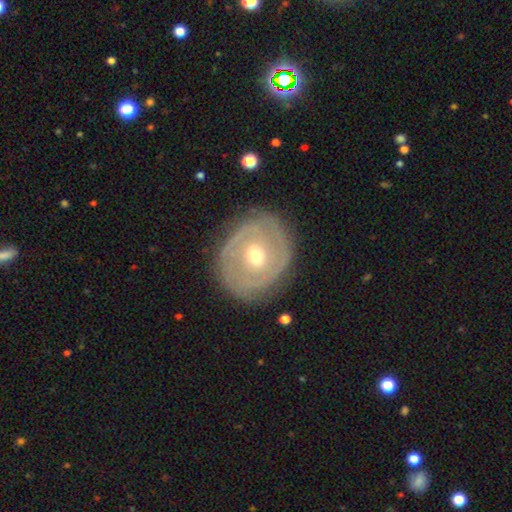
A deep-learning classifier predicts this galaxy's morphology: A featured or disk galaxy (79%) with no bar (67%), 2 (41%) tight (74%) spiral arms (79%) and a moderate central bulge (54%).

Vote fractions:
- Smooth or featured? featured or disk: 79% / smooth: 15% / star or artifact: 6%
- Edge-on disk? no: 96% / yes: 4%
- Bar? no: 67% / weak: 25% / strong: 9%
- Spiral arms? yes: 79% / no: 21%
- Spiral winding? tight: 74% / medium: 20% / loose: 6%
- Spiral arm count? 2: 41% / can't tell: 30% / 3: 15% / 1: 5% / 4: 5% / more than 4: 4%
- Bulge size? moderate: 54% / small: 43% / large: 2% / dominant: 1% / none: 1%
- Merging? none: 82% / minor disturbance: 13% / major disturbance: 4% / merger: 1%